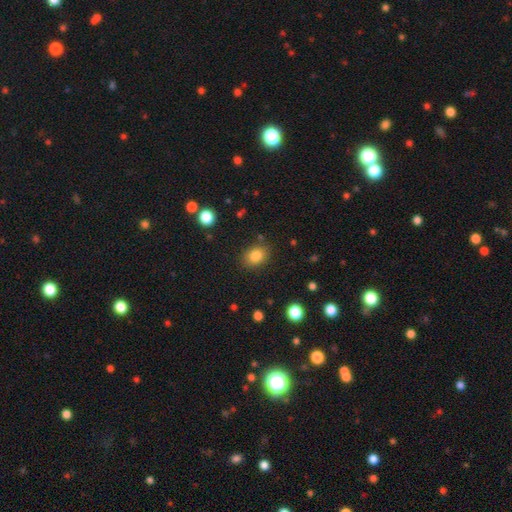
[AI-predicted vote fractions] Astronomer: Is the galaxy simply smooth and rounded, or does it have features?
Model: smooth — 83%.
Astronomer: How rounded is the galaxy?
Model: in between — 56% (runner-up: round, 43%).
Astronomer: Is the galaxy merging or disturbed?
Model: none — 84%.